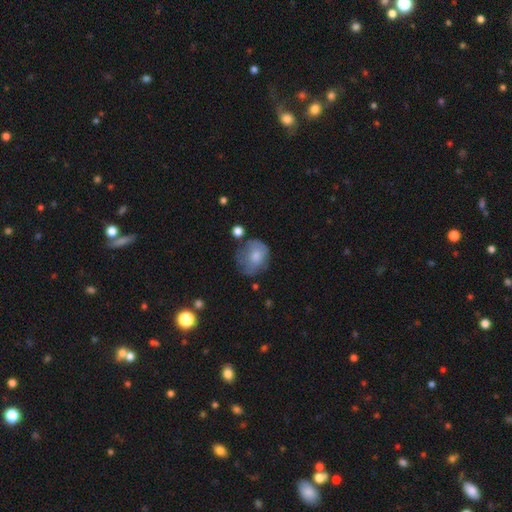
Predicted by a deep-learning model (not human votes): Smooth or featured? smooth (66%)
How rounded? round (62%)
Merging? none (41%)